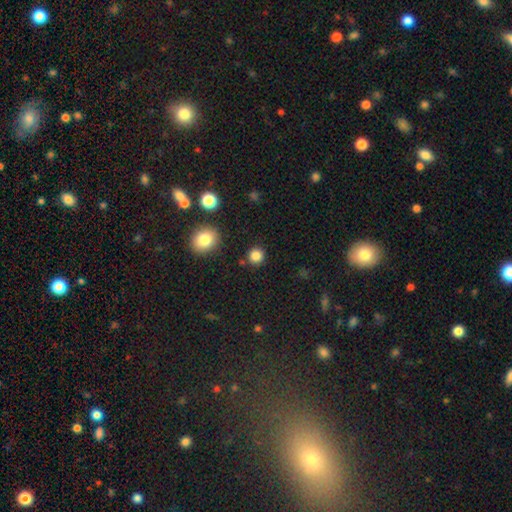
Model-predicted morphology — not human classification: A smooth galaxy with no disk features (85%) that is round (91%).

Vote fractions:
- Smooth or featured? smooth: 85% / star or artifact: 12% / featured or disk: 4%
- How rounded? round: 91% / in between: 8% / cigar-shaped: 1%
- Merging? none: 88% / minor disturbance: 7% / merger: 3% / major disturbance: 2%